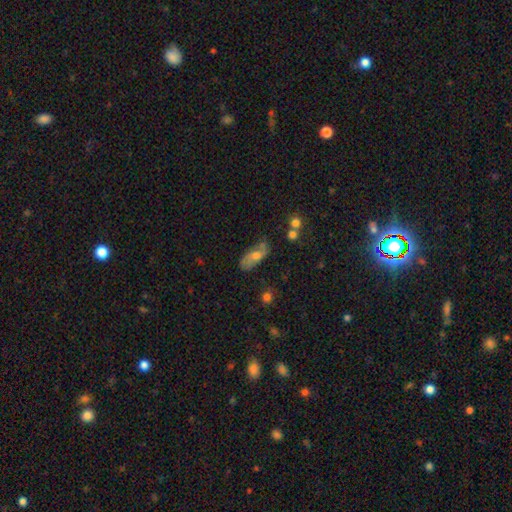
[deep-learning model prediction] smooth 51%, featured or disk 40%, star or artifact 8%. Down the decision tree: how rounded — in between (83%); merging — none (56%).